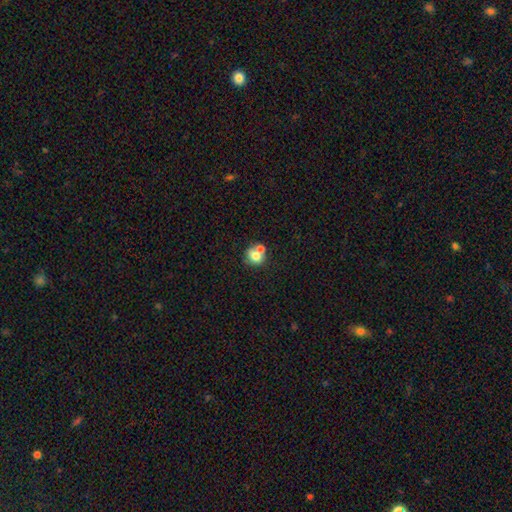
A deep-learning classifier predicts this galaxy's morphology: smooth_or_featured: smooth (p=0.73) [alt: featured or disk p=0.17]
how_rounded: round (p=0.70) [alt: in between p=0.29]
merging: merger (p=0.46) [alt: none p=0.40]